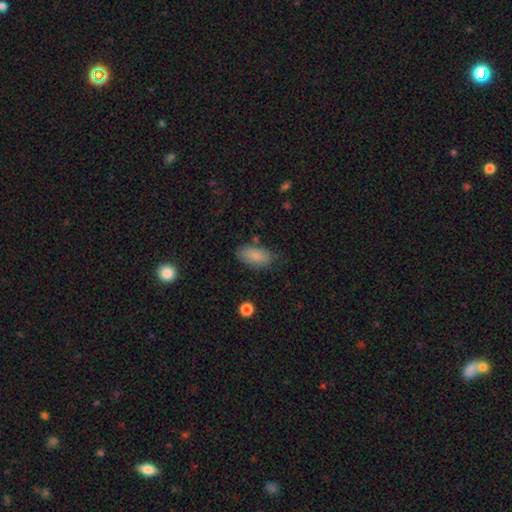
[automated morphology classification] Smooth or featured?
  - smooth: 83% *
  - featured or disk: 10%
  - star or artifact: 8%
How rounded?
  - in between: 91% *
  - cigar-shaped: 5%
  - round: 4%
Merging?
  - none: 76% *
  - minor disturbance: 17%
  - major disturbance: 4%
  - merger: 3%